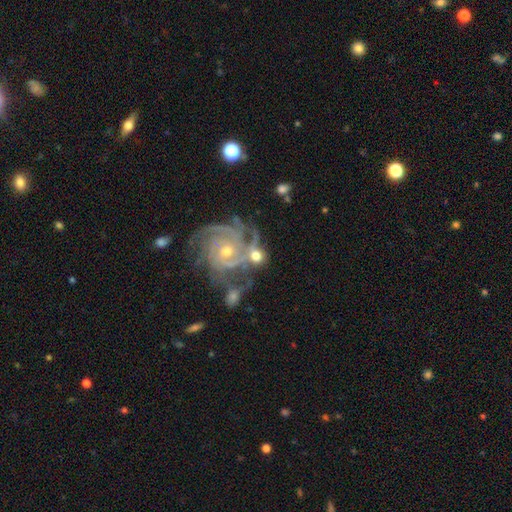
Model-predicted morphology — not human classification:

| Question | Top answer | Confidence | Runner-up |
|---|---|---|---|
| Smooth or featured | featured or disk | 70% | smooth (21%) |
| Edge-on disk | no | 96% | yes (4%) |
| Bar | no | 72% | weak (21%) |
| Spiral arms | yes | 93% | no (7%) |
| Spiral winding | tight | 61% | medium (31%) |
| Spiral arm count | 3 | 35% | 4 (21%) |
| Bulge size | moderate | 48% | small (43%) |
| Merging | none | 40% | merger (36%) |